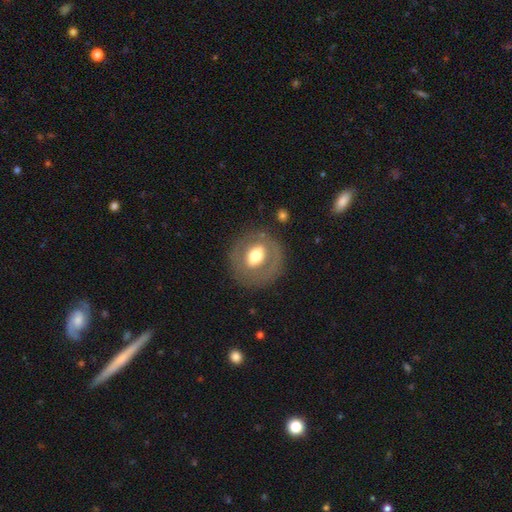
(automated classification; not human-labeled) Q: Smooth or featured?
A: smooth (48%); runner-up: featured or disk (45%)
Q: Merging?
A: none (79%); runner-up: minor disturbance (12%)